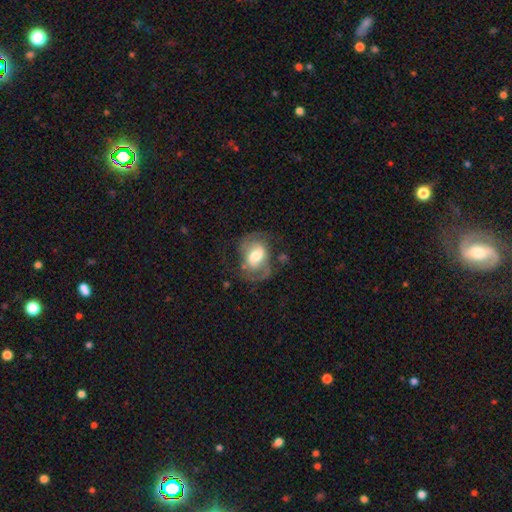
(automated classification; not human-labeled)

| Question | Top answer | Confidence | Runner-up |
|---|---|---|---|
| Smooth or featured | featured or disk | 72% | smooth (22%) |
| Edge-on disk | no | 97% | yes (3%) |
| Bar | weak | 48% | no (29%) |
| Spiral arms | yes | 86% | no (14%) |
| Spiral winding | medium | 49% | tight (27%) |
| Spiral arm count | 2 | 79% | can't tell (10%) |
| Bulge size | moderate | 54% | large (30%) |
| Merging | none | 54% | minor disturbance (22%) |